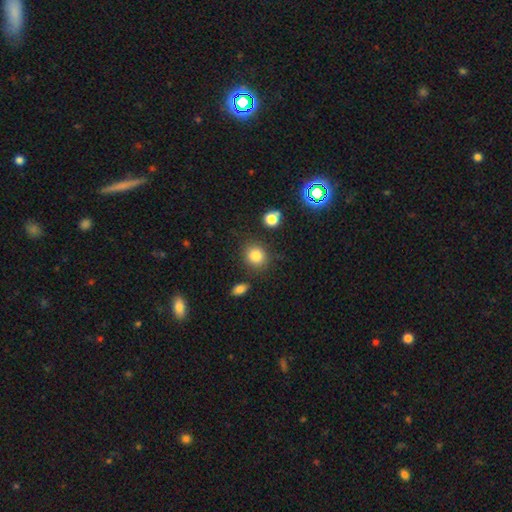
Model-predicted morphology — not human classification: type=smooth (82%); roundness=round (80%); merging=none (82%).